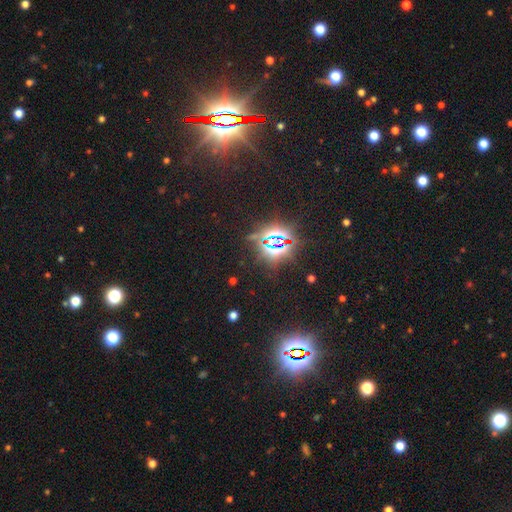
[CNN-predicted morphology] Smooth or featured? star or artifact (84%)